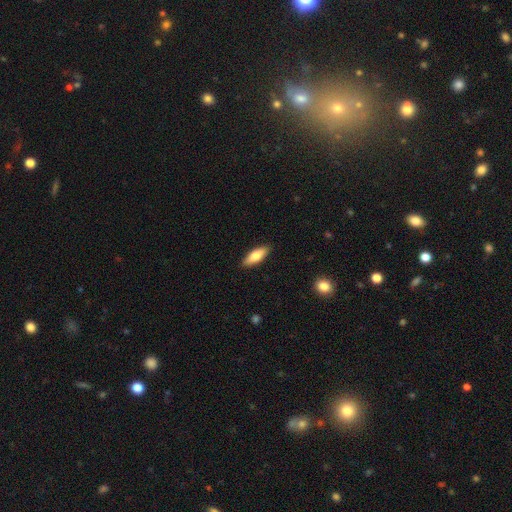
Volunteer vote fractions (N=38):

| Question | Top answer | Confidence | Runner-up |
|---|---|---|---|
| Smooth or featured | smooth | 71% | featured or disk (24%) |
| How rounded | in between | 67% | cigar-shaped (33%) |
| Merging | none | 94% | minor disturbance (3%) |